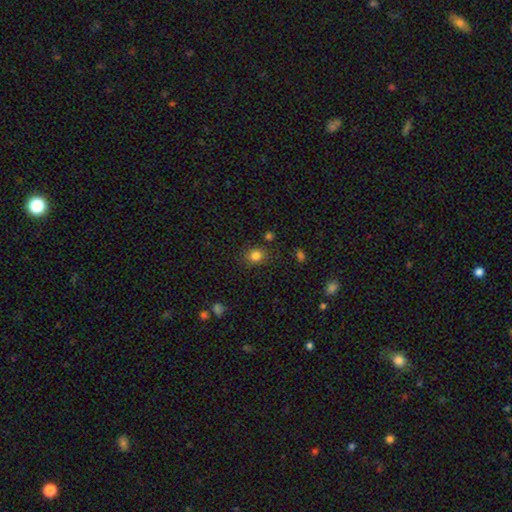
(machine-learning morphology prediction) A smooth galaxy with no disk features (82%) that is round (63%).

Vote fractions:
- Smooth or featured? smooth: 82% / star or artifact: 12% / featured or disk: 6%
- How rounded? round: 63% / in between: 36% / cigar-shaped: 1%
- Merging? none: 81% / minor disturbance: 12% / major disturbance: 4% / merger: 3%